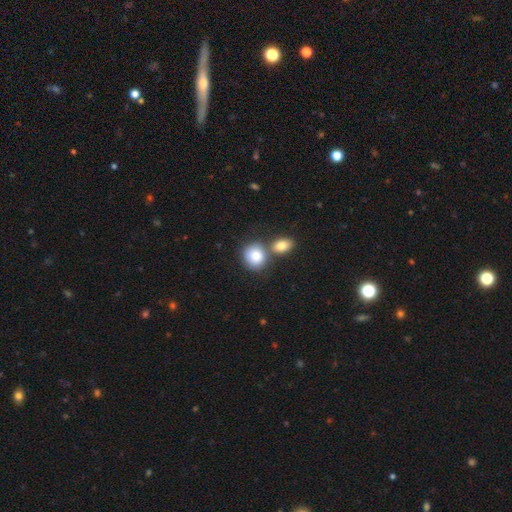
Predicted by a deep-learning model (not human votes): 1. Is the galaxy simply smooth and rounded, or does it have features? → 84% smooth, 9% featured or disk, 7% star or artifact.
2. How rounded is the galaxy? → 73% round, 26% in between, 1% cigar-shaped.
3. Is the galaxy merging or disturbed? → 47% none, 39% merger, 10% minor disturbance, 4% major disturbance.